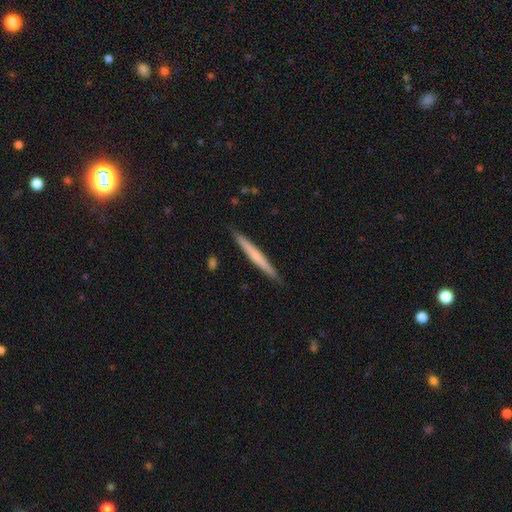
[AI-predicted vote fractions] Smooth or featured: smooth — 51% (featured or disk — 44%)
How rounded: cigar-shaped — 97% (in between — 2%)
Merging: none — 91% (minor disturbance — 7%)